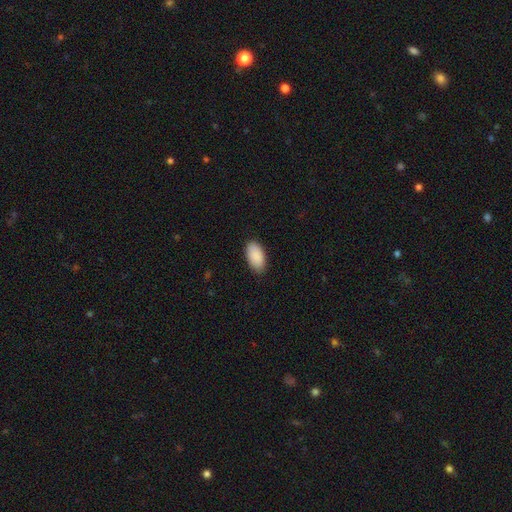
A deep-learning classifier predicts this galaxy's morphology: A smooth galaxy with no disk features (91%) that is in between round and cigar-shaped (96%). Merging: none (86%).